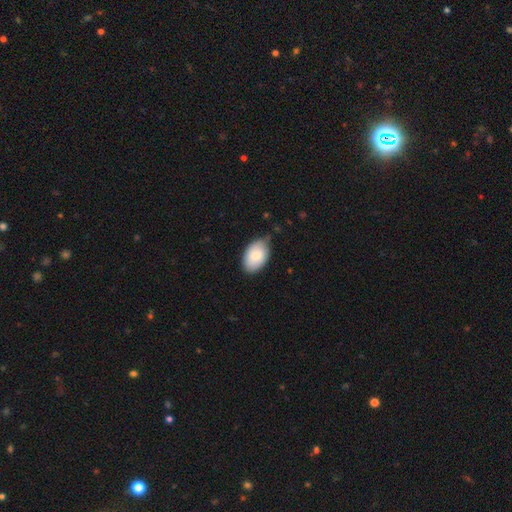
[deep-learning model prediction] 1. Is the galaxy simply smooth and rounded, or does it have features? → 81% smooth, 14% featured or disk, 6% star or artifact.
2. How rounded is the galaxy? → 91% in between, 8% round, 1% cigar-shaped.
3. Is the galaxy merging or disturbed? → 73% none, 22% minor disturbance, 3% major disturbance, 2% merger.